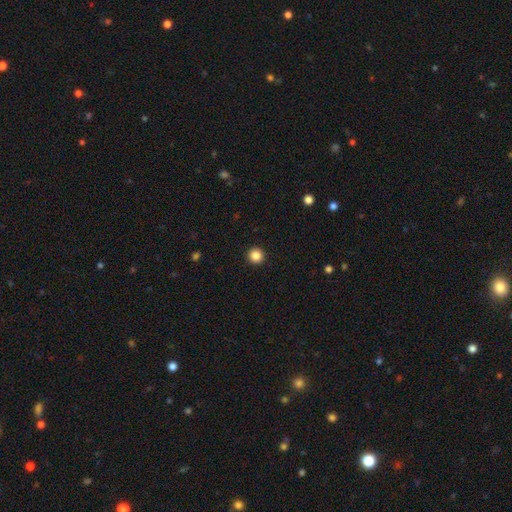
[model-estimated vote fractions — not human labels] Smooth or featured?
  - smooth: 86% *
  - star or artifact: 11%
  - featured or disk: 4%
How rounded?
  - round: 96% *
  - in between: 3%
  - cigar-shaped: 1%
Merging?
  - none: 94% *
  - minor disturbance: 4%
  - major disturbance: 1%
  - merger: 1%